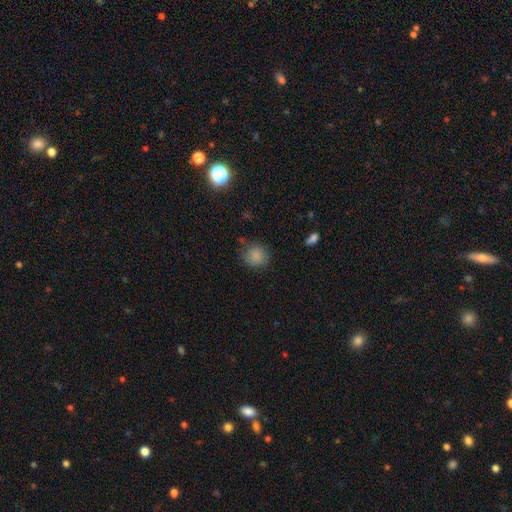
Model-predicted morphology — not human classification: smooth 85%, star or artifact 10%, featured or disk 5%. Down the decision tree: how rounded — round (86%); merging — none (78%).